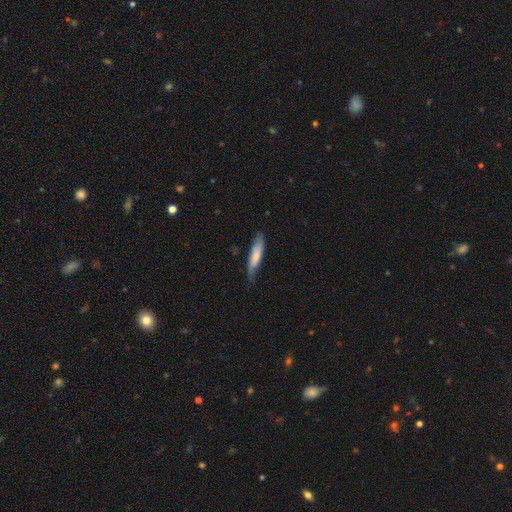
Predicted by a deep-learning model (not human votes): Smooth or featured? Predicted: smooth (p=0.69). How rounded? Predicted: cigar-shaped (p=0.79). Merging? Predicted: none (p=0.64).